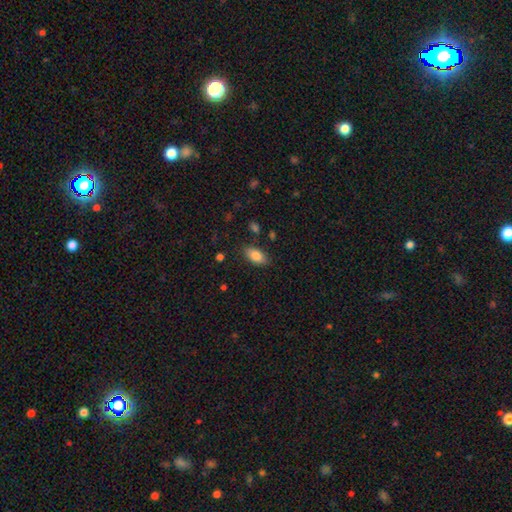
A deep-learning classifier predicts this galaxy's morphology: Smooth or featured? smooth (84%)
How rounded? in between (91%)
Merging? none (83%)